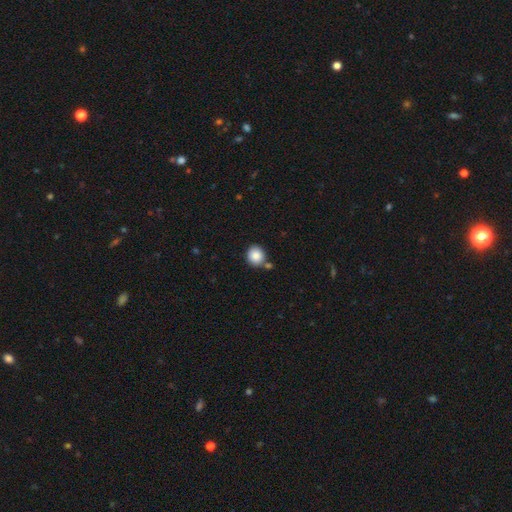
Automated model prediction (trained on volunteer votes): Smooth or featured? smooth (87%)
How rounded? round (86%)
Merging? none (74%)